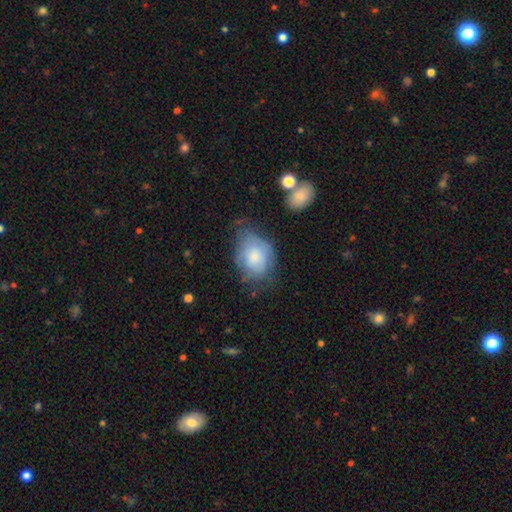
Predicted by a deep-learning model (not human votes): Smooth or featured?
  - smooth: 68% *
  - featured or disk: 24%
  - star or artifact: 8%
How rounded?
  - in between: 62% *
  - round: 37%
  - cigar-shaped: 1%
Merging?
  - none: 41% *
  - minor disturbance: 36%
  - major disturbance: 19%
  - merger: 3%